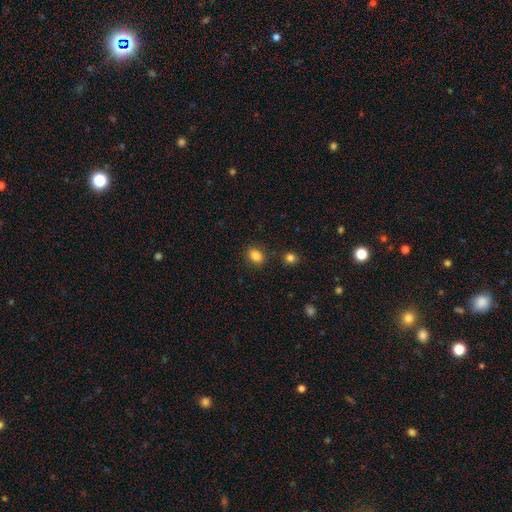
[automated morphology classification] smooth-or-featured: smooth: 85% | star or artifact: 10% | featured or disk: 5%
  how-rounded: in between: 58% | round: 40% | cigar-shaped: 1%
  merging: none: 85% | minor disturbance: 9% | merger: 3% | major disturbance: 3%